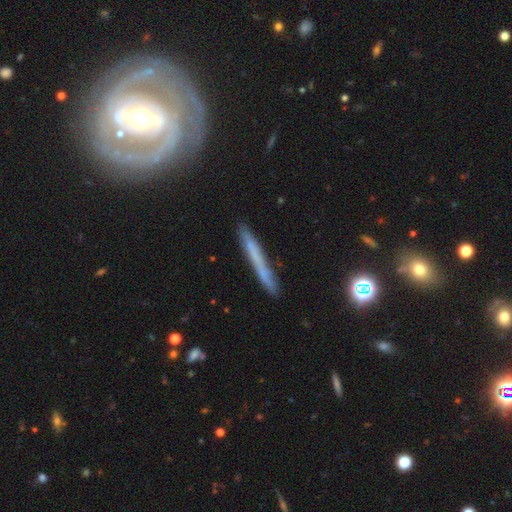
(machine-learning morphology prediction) Smooth or featured?
  - smooth: 50% *
  - featured or disk: 42%
  - star or artifact: 8%
Merging?
  - none: 83% *
  - minor disturbance: 13%
  - major disturbance: 3%
  - merger: 2%